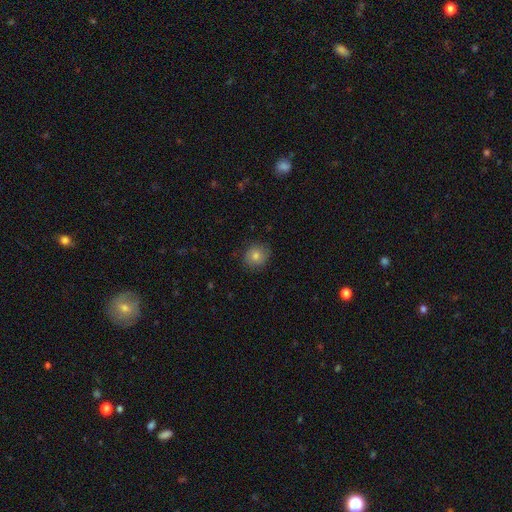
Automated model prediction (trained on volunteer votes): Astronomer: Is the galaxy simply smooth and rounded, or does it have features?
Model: smooth — 77%.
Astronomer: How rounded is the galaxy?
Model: round — 79%.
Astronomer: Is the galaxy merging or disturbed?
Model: none — 82%.